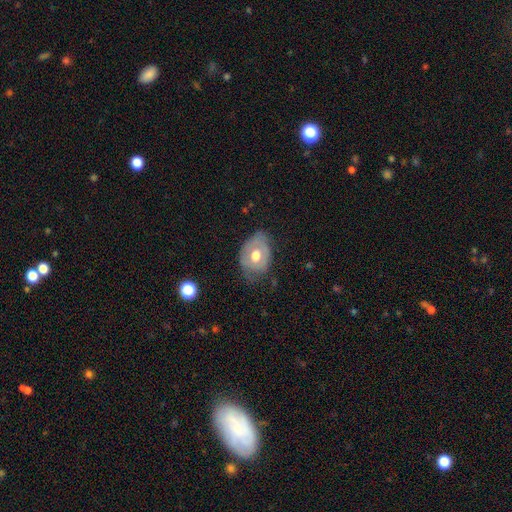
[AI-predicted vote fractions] Smooth or featured?
  - smooth: 47% *
  - featured or disk: 46%
  - star or artifact: 7%
Merging?
  - none: 54% *
  - minor disturbance: 33%
  - major disturbance: 12%
  - merger: 1%